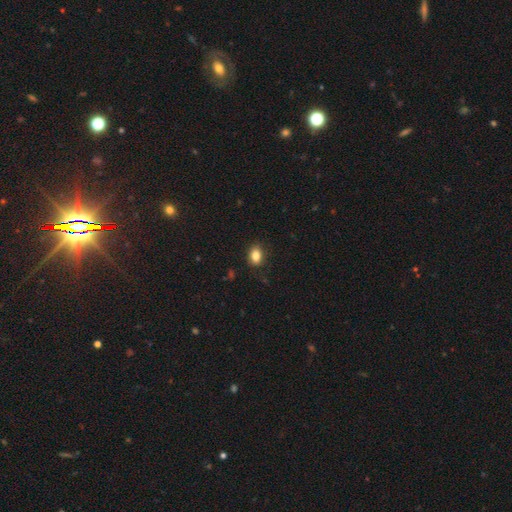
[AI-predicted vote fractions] The model was most divided on "how rounded": in between: 72%, round: 26%, cigar-shaped: 1%. More confident: merging — none (85%); smooth or featured — smooth (85%).